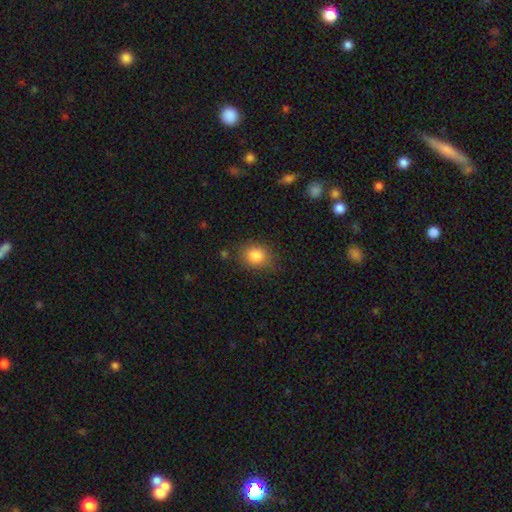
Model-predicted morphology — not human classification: This is clearly a smooth galaxy (85%). How rounded: possibly in between (50%). Merging: likely none (77%).